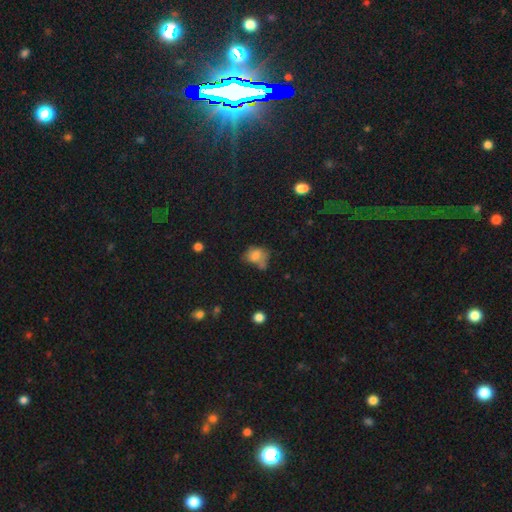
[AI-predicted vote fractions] A smooth galaxy with no disk features (71%) that is in between round and cigar-shaped (64%). Merging: none (33%).